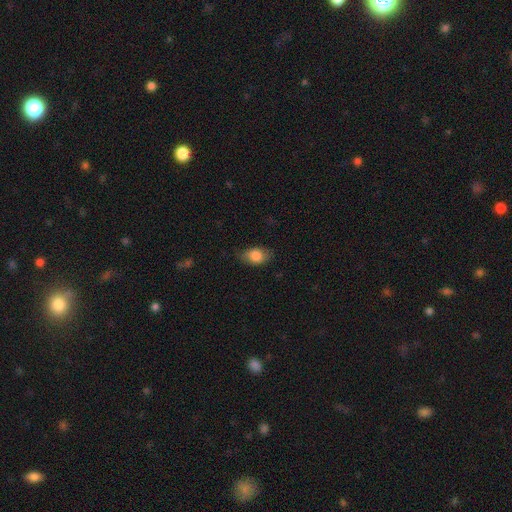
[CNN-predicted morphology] The model was most divided on "merging": none: 79%, minor disturbance: 17%, major disturbance: 4%, merger: 1%. More confident: how rounded — in between (86%); smooth or featured — smooth (81%).